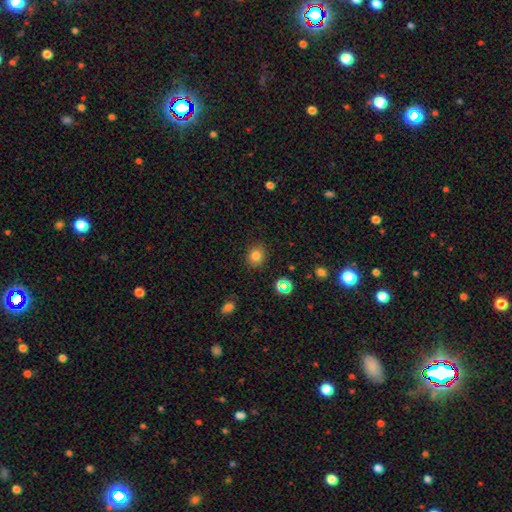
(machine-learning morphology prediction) Smooth or featured: smooth — 80% (star or artifact — 14%)
How rounded: round — 74% (in between — 25%)
Merging: none — 87% (minor disturbance — 9%)